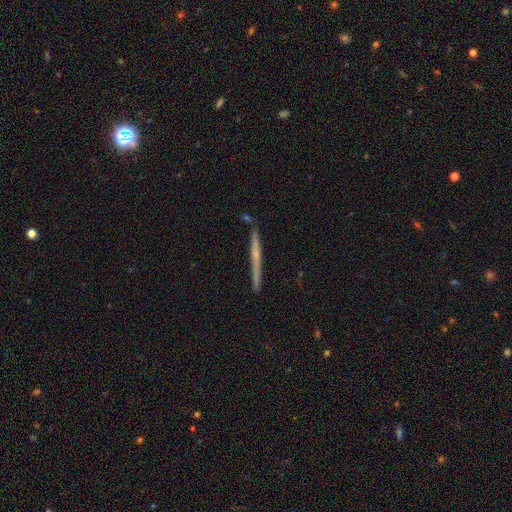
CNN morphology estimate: Smooth or featured: featured or disk — 58% (smooth — 36%)
Edge-on disk: yes — 98% (no — 2%)
Edge-on bulge: none — 67% (rounded — 28%)
Merging: none — 89% (minor disturbance — 8%)